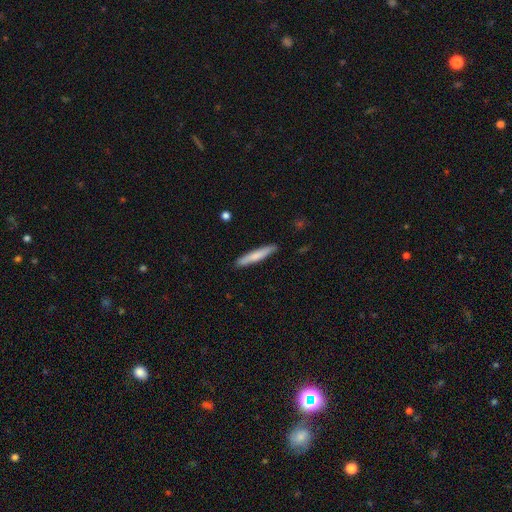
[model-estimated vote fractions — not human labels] Smooth or featured? Predicted: smooth (p=0.73). How rounded? Predicted: cigar-shaped (p=0.94). Merging? Predicted: none (p=0.90).